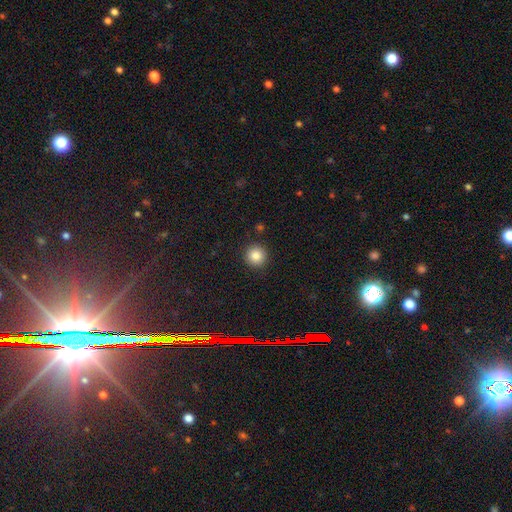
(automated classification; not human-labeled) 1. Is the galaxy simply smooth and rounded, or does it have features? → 84% smooth, 10% star or artifact, 5% featured or disk.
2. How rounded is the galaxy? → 95% round, 4% in between, 1% cigar-shaped.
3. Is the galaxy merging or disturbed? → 92% none, 5% minor disturbance, 2% major disturbance, 1% merger.